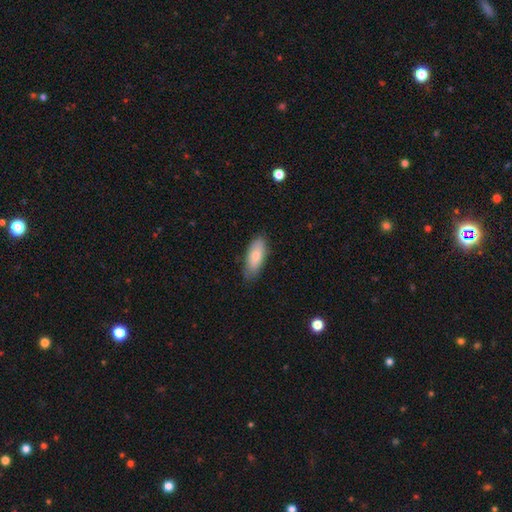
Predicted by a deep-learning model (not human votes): This appears to be a smooth galaxy with no disk features (76%) that is in between round and cigar-shaped (79%). Merging: none (75%).